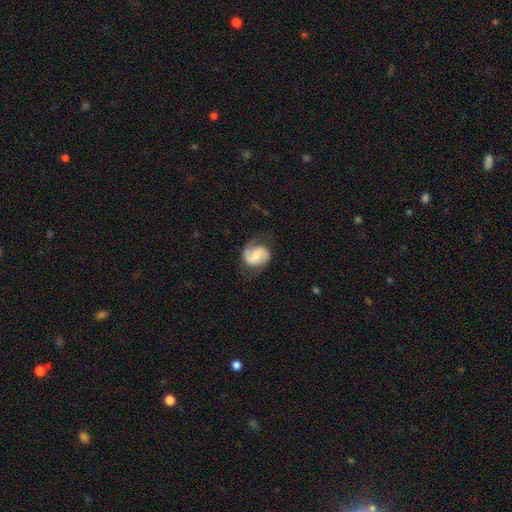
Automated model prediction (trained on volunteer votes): Smooth or featured: featured or disk — 78% (smooth — 16%)
Edge-on disk: no — 98% (yes — 2%)
Bar: weak — 46% (no — 41%)
Spiral arms: yes — 96% (no — 4%)
Spiral winding: medium — 50% (tight — 25%)
Spiral arm count: 2 — 85% (1 — 7%)
Bulge size: moderate — 41% (small — 40%)
Merging: none — 70% (minor disturbance — 20%)